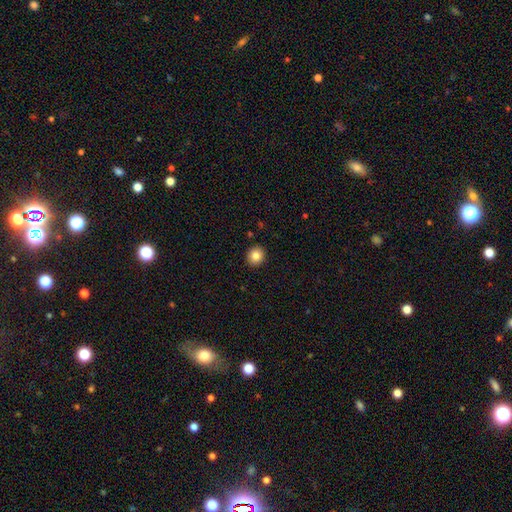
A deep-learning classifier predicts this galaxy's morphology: Smooth or featured? smooth (84%)
How rounded? round (81%)
Merging? none (92%)